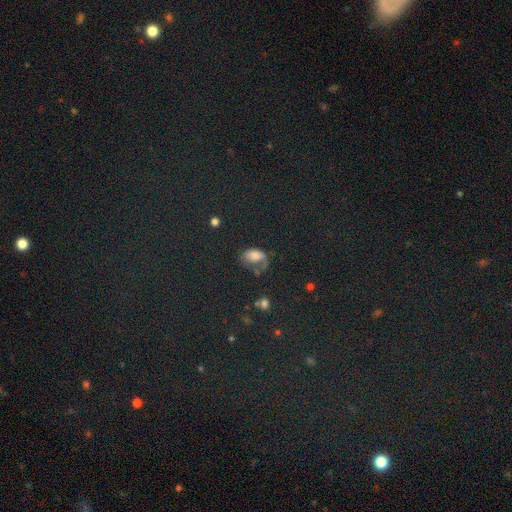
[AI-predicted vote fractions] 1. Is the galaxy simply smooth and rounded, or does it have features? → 62% smooth, 23% star or artifact, 15% featured or disk.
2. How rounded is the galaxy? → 83% in between, 15% round, 2% cigar-shaped.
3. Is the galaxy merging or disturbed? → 38% none, 29% minor disturbance, 24% major disturbance, 9% merger.